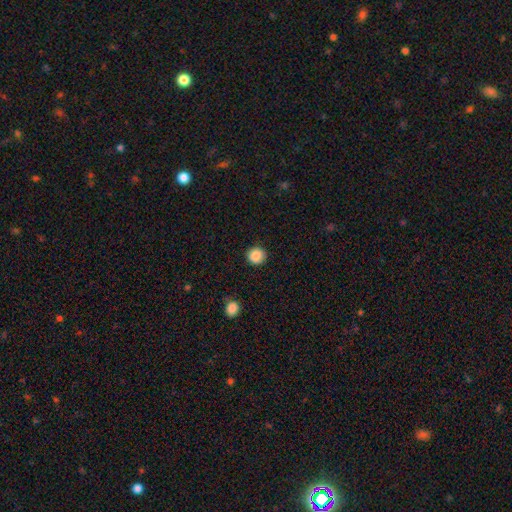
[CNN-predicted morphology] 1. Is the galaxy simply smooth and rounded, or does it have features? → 88% smooth, 9% star or artifact, 3% featured or disk.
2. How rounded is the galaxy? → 91% round, 8% in between, 1% cigar-shaped.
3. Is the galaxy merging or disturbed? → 90% none, 7% minor disturbance, 2% major disturbance, 1% merger.